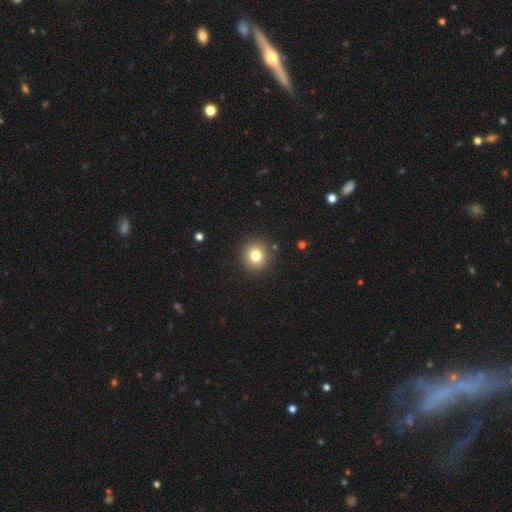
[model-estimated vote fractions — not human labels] Q: Smooth or featured?
A: smooth (80%); runner-up: star or artifact (12%)
Q: How rounded?
A: round (90%); runner-up: in between (9%)
Q: Merging?
A: none (90%); runner-up: minor disturbance (6%)